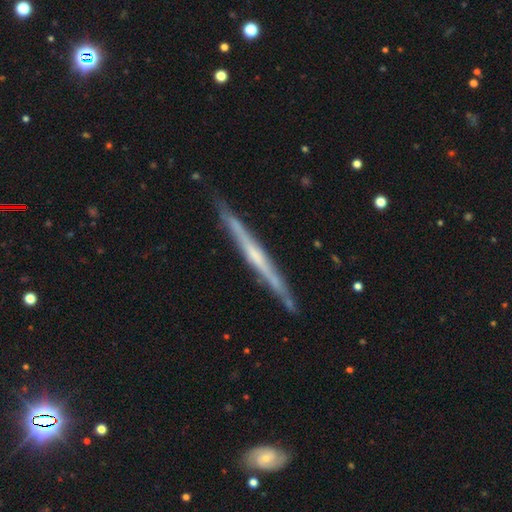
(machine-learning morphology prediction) This appears to be a featured or disk galaxy (72%) viewed edge-on (97%) with no central bulge (64%). Merging: none (87%).